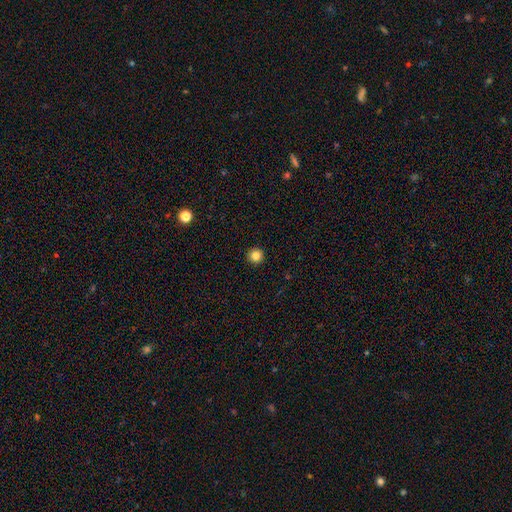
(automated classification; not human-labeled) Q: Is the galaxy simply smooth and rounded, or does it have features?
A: smooth — 84%.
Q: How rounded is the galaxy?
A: round — 96%.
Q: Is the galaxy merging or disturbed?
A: none — 94%.